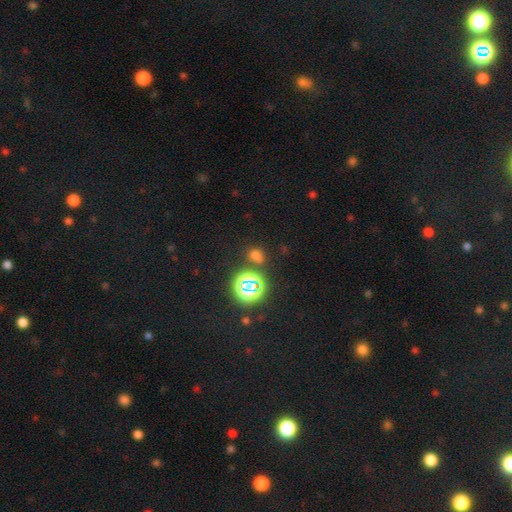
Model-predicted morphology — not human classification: smooth 54%, star or artifact 40%, featured or disk 7%. Down the decision tree: how rounded — round (67%); merging — none (73%).